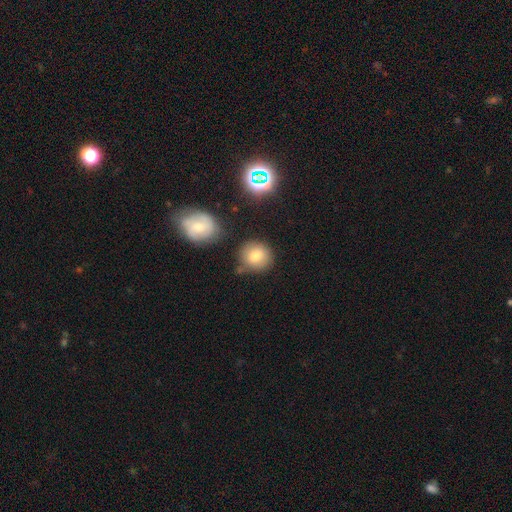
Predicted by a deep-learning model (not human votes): Smooth or featured?
  - smooth: 79% *
  - star or artifact: 11%
  - featured or disk: 10%
How rounded?
  - round: 87% *
  - in between: 11%
  - cigar-shaped: 1%
Merging?
  - none: 72% *
  - minor disturbance: 14%
  - merger: 9%
  - major disturbance: 4%